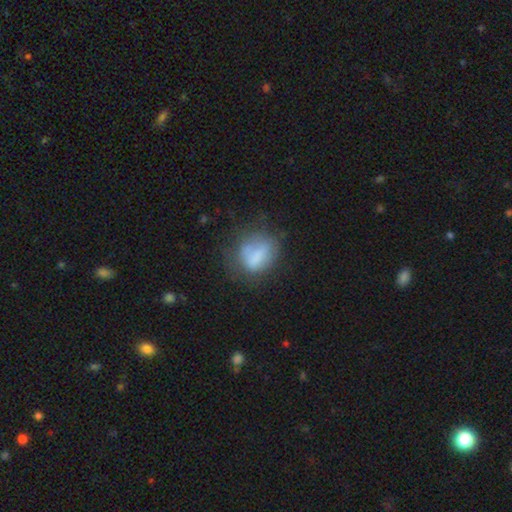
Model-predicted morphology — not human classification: smooth_or_featured: smooth (p=0.63) [alt: featured or disk p=0.27]
how_rounded: in between (p=0.53) [alt: round p=0.42]
merging: none (p=0.50) [alt: minor disturbance p=0.26]